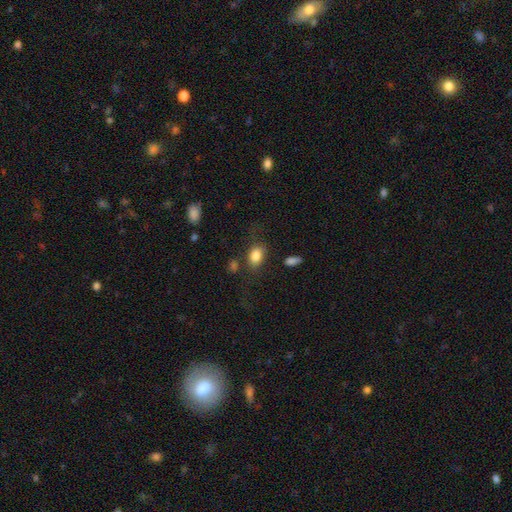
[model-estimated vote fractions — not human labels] This appears to be a smooth galaxy with no disk features (84%) that is in between round and cigar-shaped (77%). Merging: none (69%).